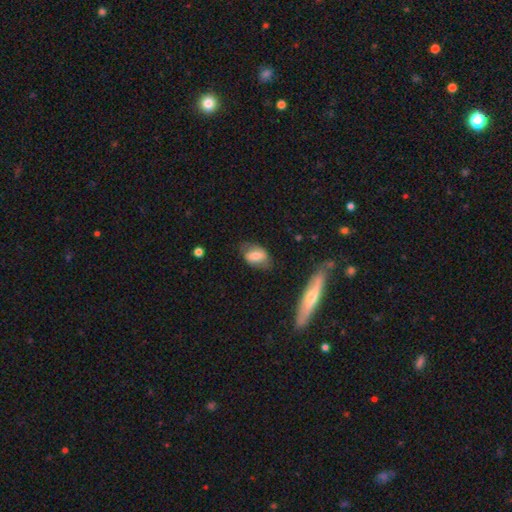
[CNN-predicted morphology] A smooth galaxy with no disk features (67%) that is in between round and cigar-shaped (84%).

Vote fractions:
- Smooth or featured? smooth: 67% / featured or disk: 26% / star or artifact: 8%
- How rounded? in between: 84% / round: 13% / cigar-shaped: 3%
- Merging? none: 65% / minor disturbance: 25% / major disturbance: 8% / merger: 2%